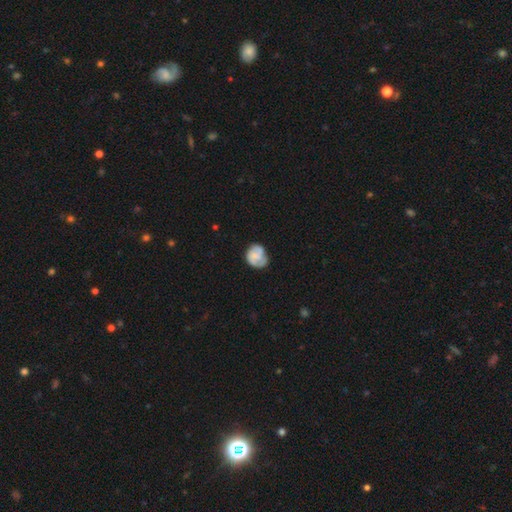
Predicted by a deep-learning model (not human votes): Q: Smooth or featured?
A: featured or disk (50%); runner-up: smooth (43%)
Q: Merging?
A: none (55%); runner-up: minor disturbance (29%)